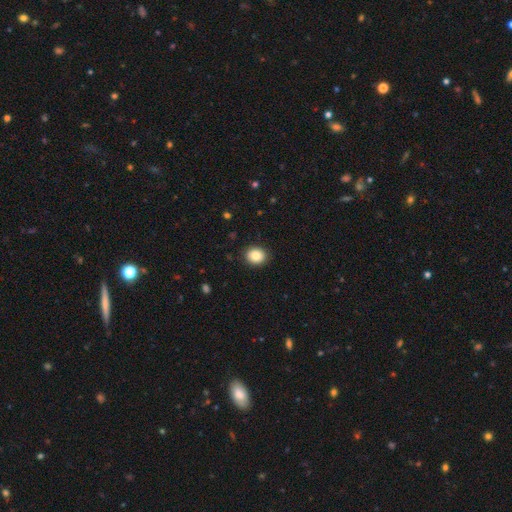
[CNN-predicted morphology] Smooth or featured?
  - smooth: 85% *
  - star or artifact: 9%
  - featured or disk: 6%
How rounded?
  - round: 69% *
  - in between: 30%
  - cigar-shaped: 1%
Merging?
  - none: 90% *
  - minor disturbance: 7%
  - major disturbance: 2%
  - merger: 1%